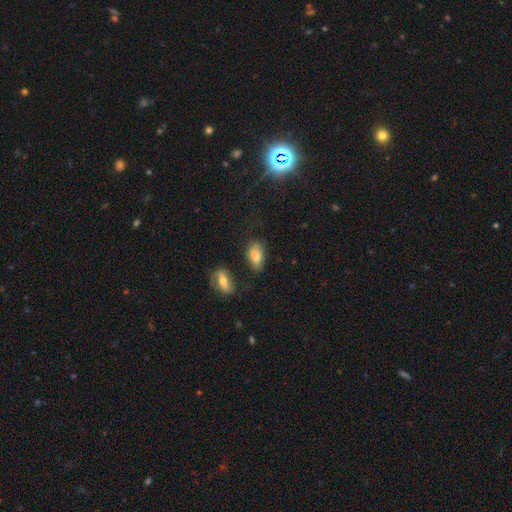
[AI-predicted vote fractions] Smooth or featured? smooth (77%)
How rounded? in between (90%)
Merging? none (55%)